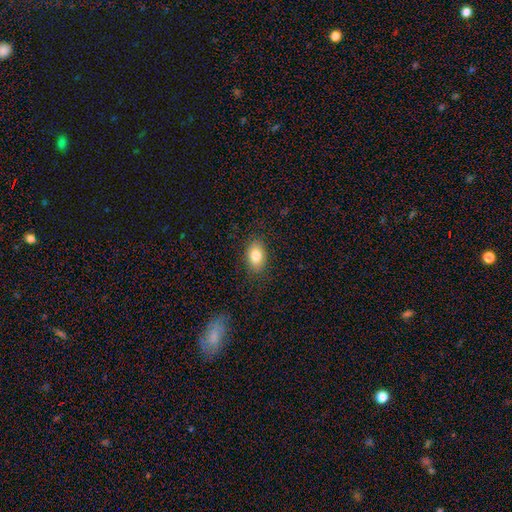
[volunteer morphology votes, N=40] Smooth or featured?
  - smooth: 88% *
  - star or artifact: 8%
  - featured or disk: 5%
How rounded?
  - in between: 91% *
  - round: 6%
  - cigar-shaped: 3%
Merging?
  - none: 89% *
  - minor disturbance: 5%
  - major disturbance: 5%
  - merger: 0%